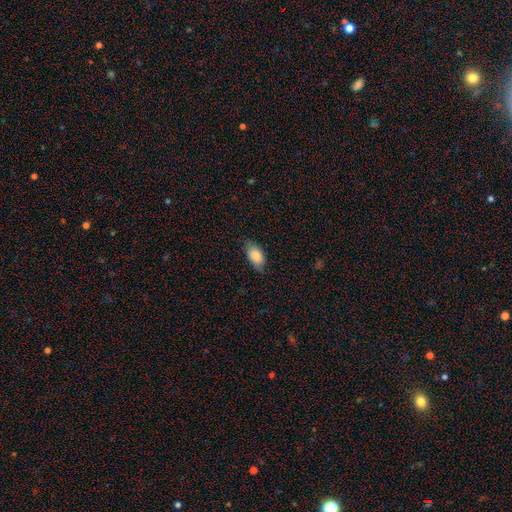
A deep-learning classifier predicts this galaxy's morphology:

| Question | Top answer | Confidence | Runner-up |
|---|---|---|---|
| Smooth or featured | smooth | 84% | featured or disk (10%) |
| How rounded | in between | 92% | cigar-shaped (4%) |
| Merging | none | 77% | minor disturbance (19%) |